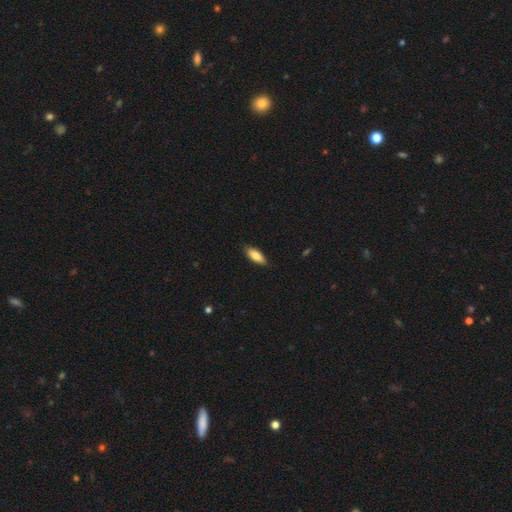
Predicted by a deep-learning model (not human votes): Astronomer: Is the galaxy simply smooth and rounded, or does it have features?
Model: smooth — 81%.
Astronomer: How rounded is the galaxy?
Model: in between — 75%.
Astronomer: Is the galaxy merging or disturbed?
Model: none — 85%.